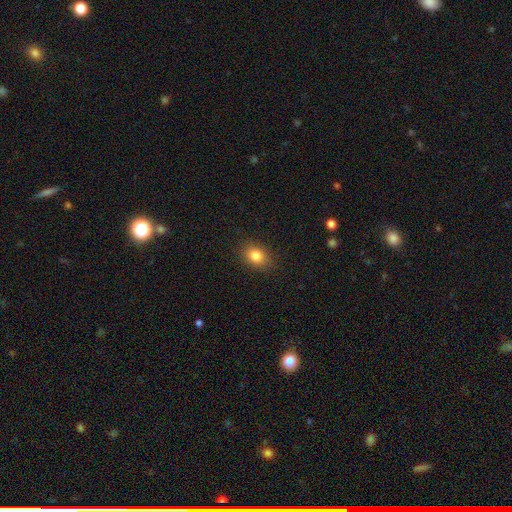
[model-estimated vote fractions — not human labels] Smooth or featured? Predicted: smooth (p=0.83). How rounded? Predicted: in between (p=0.63). Merging? Predicted: none (p=0.86).